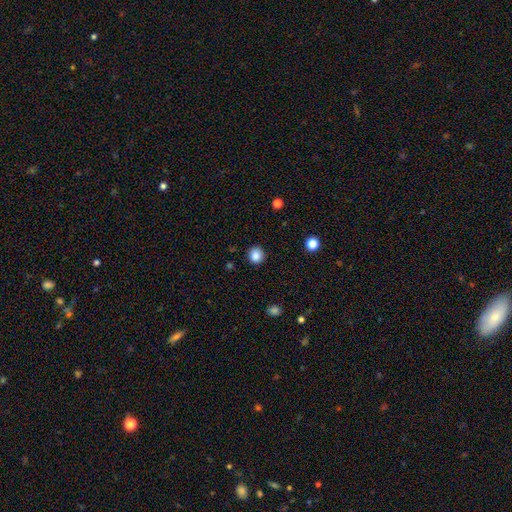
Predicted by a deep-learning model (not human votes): The model was most divided on "smooth or featured": smooth: 85%, star or artifact: 11%, featured or disk: 4%. More confident: how rounded — round (91%); merging — none (91%).